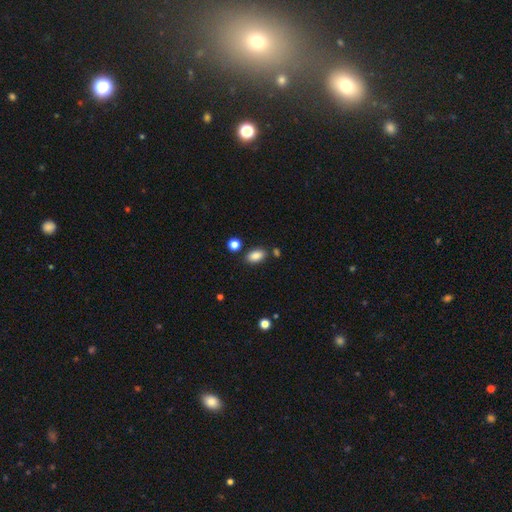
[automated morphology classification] A smooth galaxy with no disk features (87%) that is in between round and cigar-shaped (90%). Merging: none (81%).